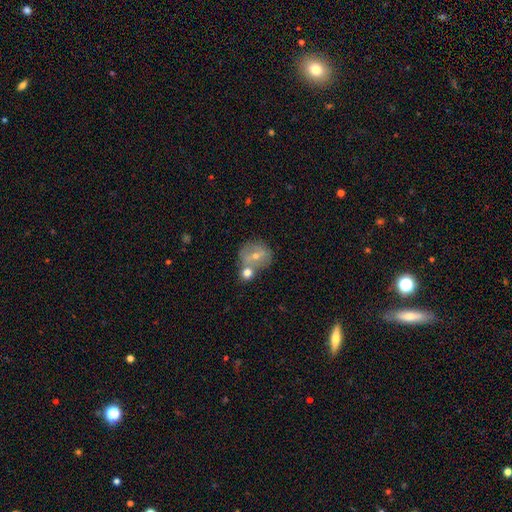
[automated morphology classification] smooth_or_featured: smooth (p=0.46) [alt: featured or disk p=0.41]
merging: none (p=0.51) [alt: merger p=0.32]